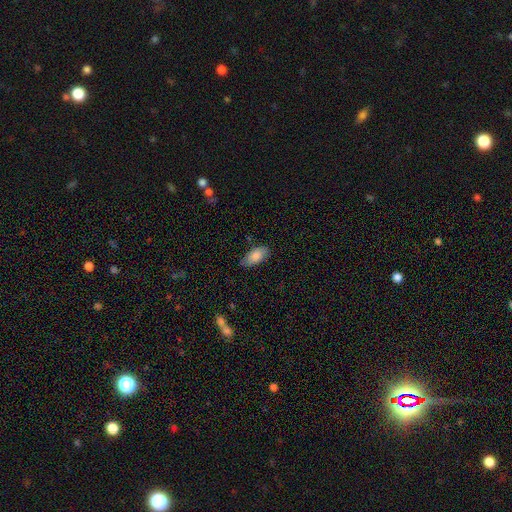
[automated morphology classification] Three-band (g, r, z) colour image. It shows a smooth galaxy with no disk features (85%) that is in between round and cigar-shaped (92%). Merging: none (79%).